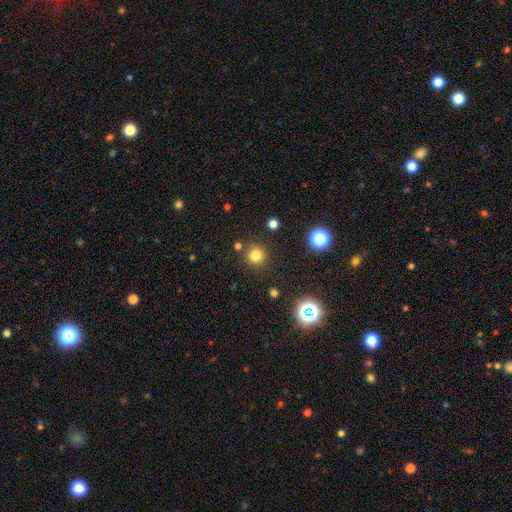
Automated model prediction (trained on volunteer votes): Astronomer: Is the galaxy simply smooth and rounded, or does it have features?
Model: smooth — 78%.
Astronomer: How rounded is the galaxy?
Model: round — 92%.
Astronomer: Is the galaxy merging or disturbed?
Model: none — 85%.